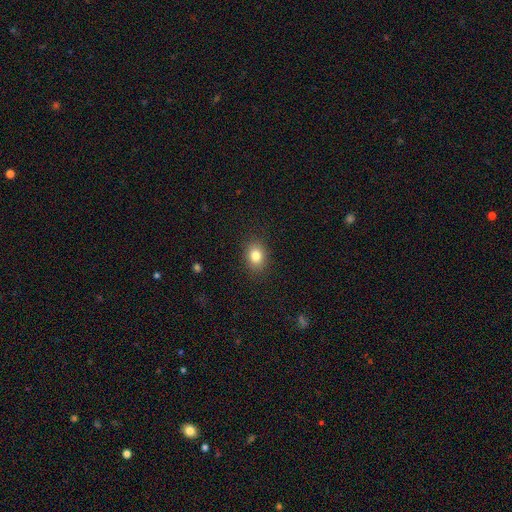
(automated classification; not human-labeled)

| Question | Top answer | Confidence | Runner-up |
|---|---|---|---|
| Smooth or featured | smooth | 82% | star or artifact (10%) |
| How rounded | in between | 59% | round (40%) |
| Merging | none | 88% | minor disturbance (8%) |